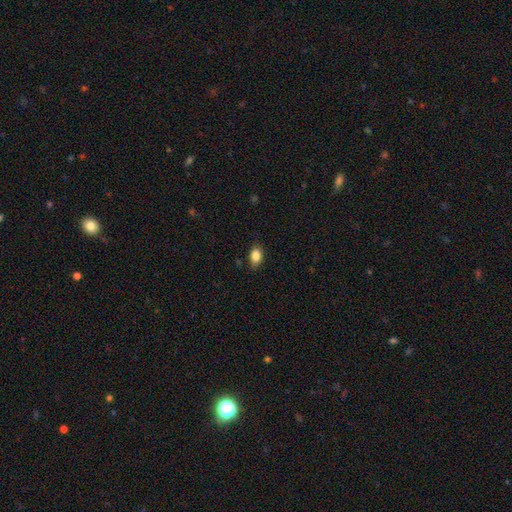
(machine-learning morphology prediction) A smooth galaxy with no disk features (86%) that is in between round and cigar-shaped (84%).

Vote fractions:
- Smooth or featured? smooth: 86% / star or artifact: 8% / featured or disk: 6%
- How rounded? in between: 84% / round: 14% / cigar-shaped: 2%
- Merging? none: 83% / minor disturbance: 14% / major disturbance: 3% / merger: 1%